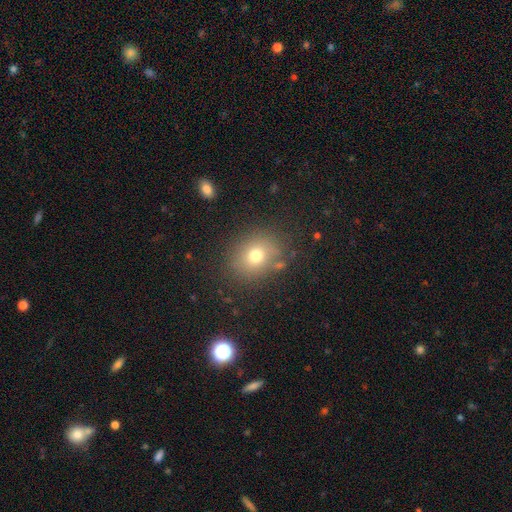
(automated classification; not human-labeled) smooth_or_featured: smooth (p=0.72) [alt: star or artifact p=0.16]
how_rounded: round (p=0.62) [alt: in between p=0.37]
merging: none (p=0.80) [alt: minor disturbance p=0.12]